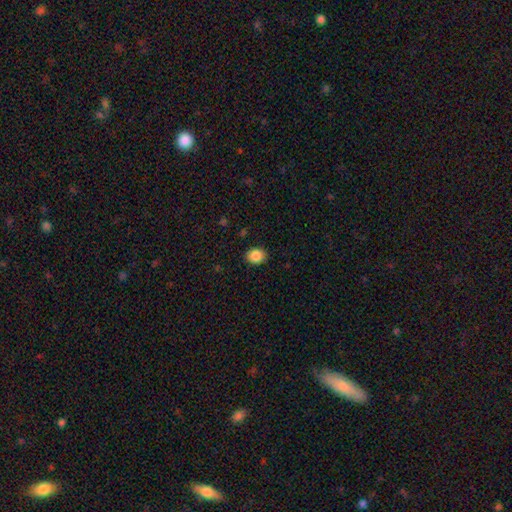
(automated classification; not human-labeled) Overall: smooth (87%). How rounded: round (55%; in between 44%). Merging: none (89%).